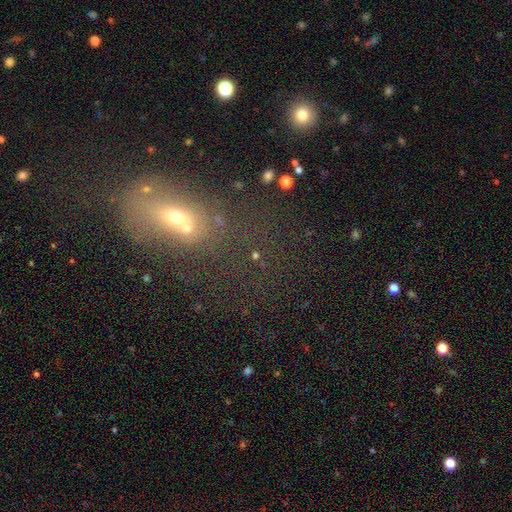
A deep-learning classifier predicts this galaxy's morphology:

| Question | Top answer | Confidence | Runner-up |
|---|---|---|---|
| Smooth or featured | star or artifact | 44% | smooth (42%) |